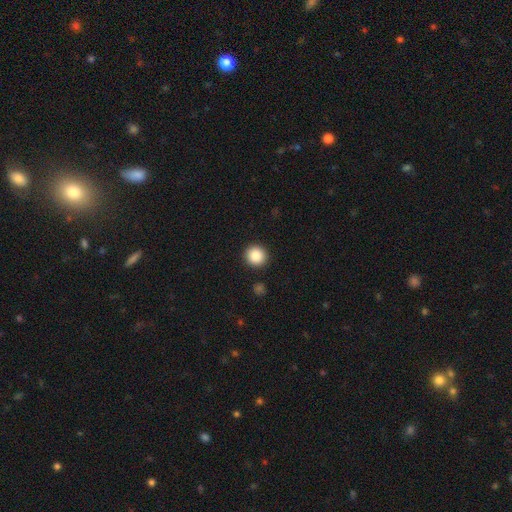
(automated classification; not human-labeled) This appears to be a smooth galaxy with no disk features (87%) that is round (93%). Merging: none (92%).